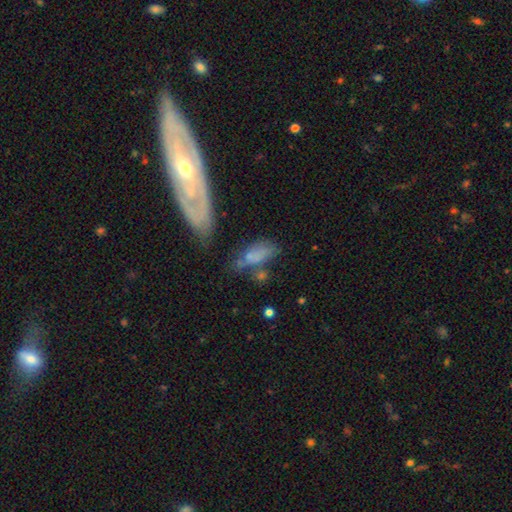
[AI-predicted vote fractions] Smooth or featured: smooth — 60% (featured or disk — 28%)
How rounded: in between — 80% (cigar-shaped — 15%)
Merging: none — 35% (minor disturbance — 26%)